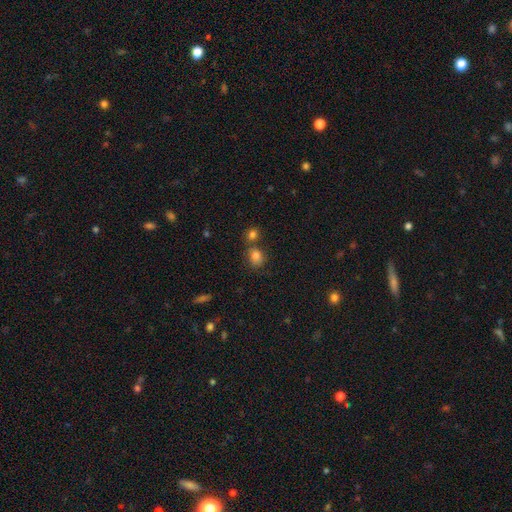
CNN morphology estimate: Smooth or featured: smooth — 81% (star or artifact — 12%)
How rounded: in between — 51% (round — 48%)
Merging: none — 56% (merger — 28%)